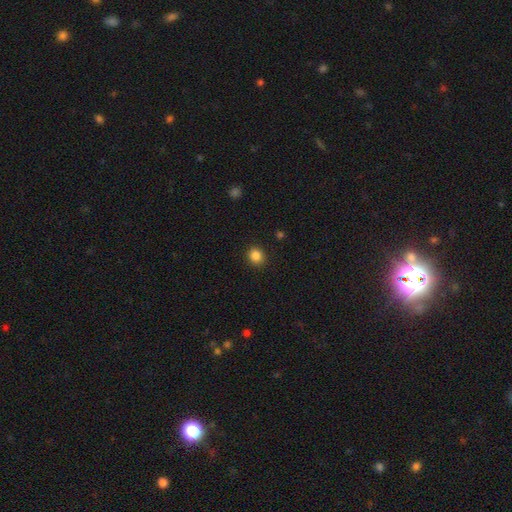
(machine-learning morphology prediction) The model was most divided on "how rounded": round: 77%, in between: 22%, cigar-shaped: 1%. More confident: merging — none (91%); smooth or featured — smooth (86%).